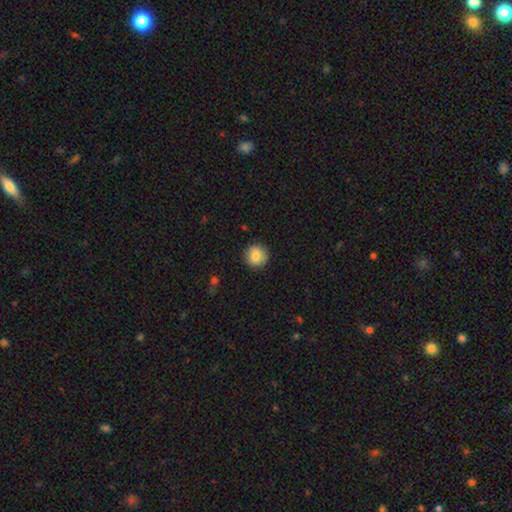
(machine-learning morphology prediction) Smooth or featured: smooth — 84% (star or artifact — 8%)
How rounded: round — 93% (in between — 6%)
Merging: none — 90% (minor disturbance — 7%)